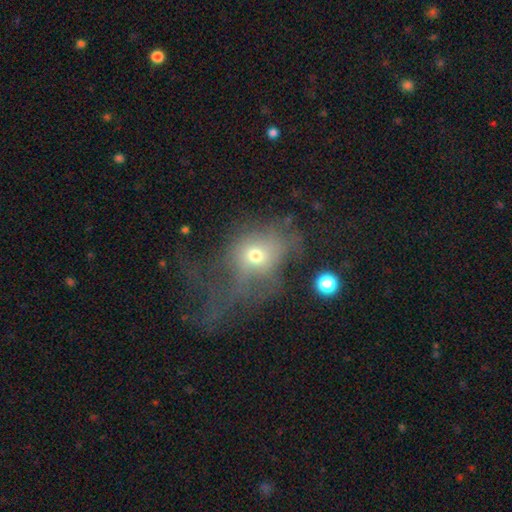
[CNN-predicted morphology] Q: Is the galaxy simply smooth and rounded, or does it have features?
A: smooth — 59%.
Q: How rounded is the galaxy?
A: round — 58%.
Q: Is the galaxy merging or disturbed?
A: major disturbance — 59%.